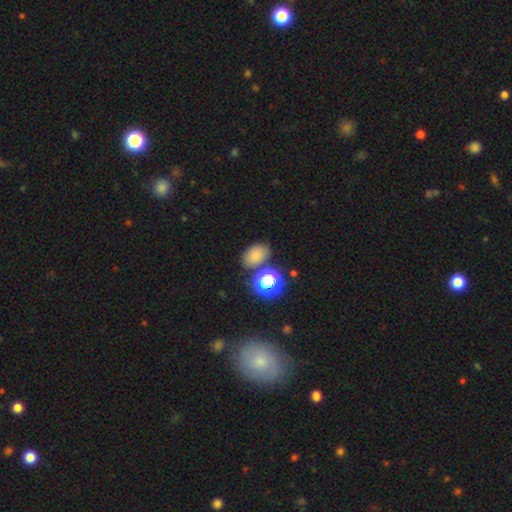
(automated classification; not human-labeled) Smooth or featured? smooth (76%)
How rounded? in between (76%)
Merging? none (72%)